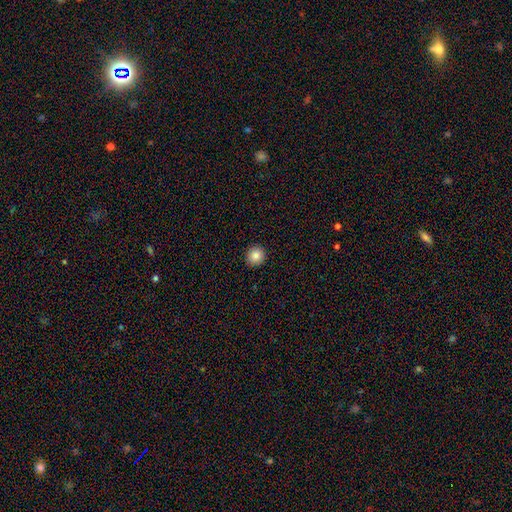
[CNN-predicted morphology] Smooth or featured? Predicted: smooth (p=0.85). How rounded? Predicted: round (p=0.91). Merging? Predicted: none (p=0.93).